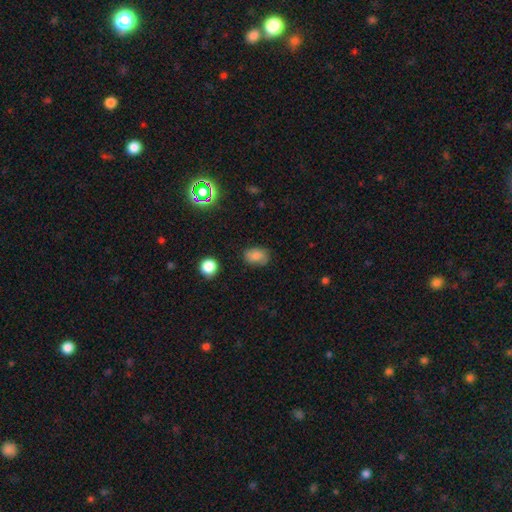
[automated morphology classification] smooth 75%, star or artifact 13%, featured or disk 12%. Down the decision tree: how rounded — in between (72%); merging — none (70%).